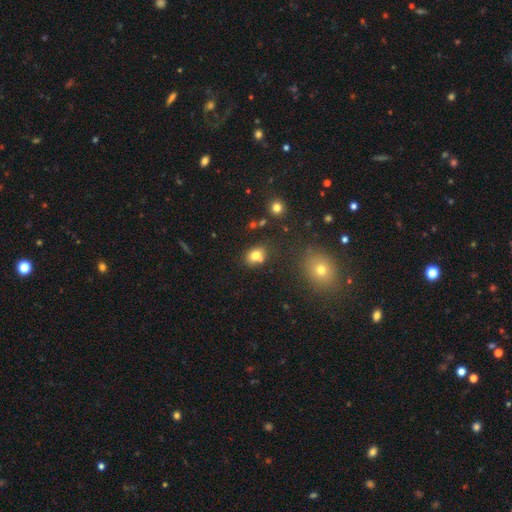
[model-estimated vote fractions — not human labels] smooth_or_featured: smooth (p=0.74) [alt: star or artifact p=0.13]
how_rounded: in between (p=0.50) [alt: round p=0.48]
merging: none (p=0.56) [alt: merger p=0.27]